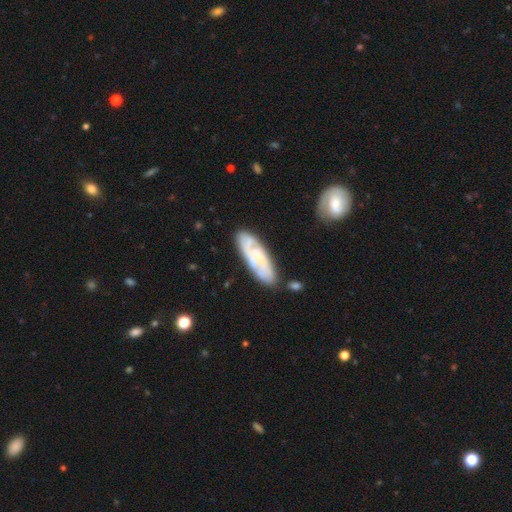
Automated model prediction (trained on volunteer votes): Smooth or featured: featured or disk — 61% (smooth — 33%)
Edge-on disk: no — 83% (yes — 17%)
Bar: no — 63% (weak — 30%)
Spiral arms: yes — 86% (no — 14%)
Bulge size: small — 55% (moderate — 22%)
Merging: none — 77% (minor disturbance — 16%)